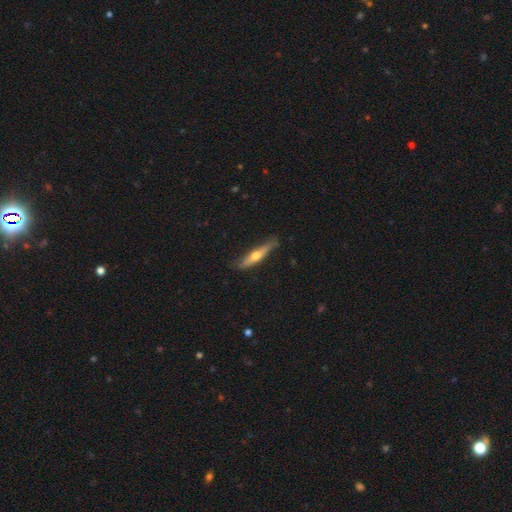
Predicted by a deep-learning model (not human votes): Smooth or featured? Predicted: featured or disk (p=0.53). Edge-on disk? Predicted: yes (p=0.93). Merging? Predicted: none (p=0.79).